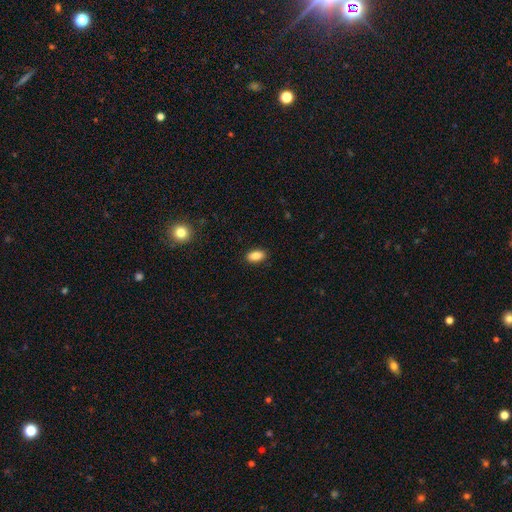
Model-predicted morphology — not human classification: Overall: smooth (86%). How rounded: in between (90%). Merging: none (88%).